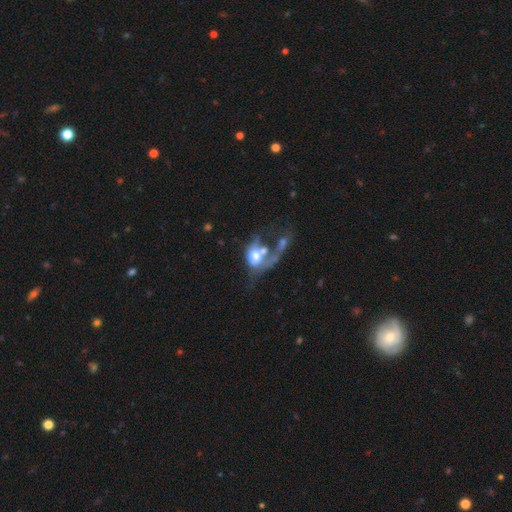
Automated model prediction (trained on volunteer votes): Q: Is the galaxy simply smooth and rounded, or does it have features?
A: smooth — 49%.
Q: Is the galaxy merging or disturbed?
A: merger — 49%.